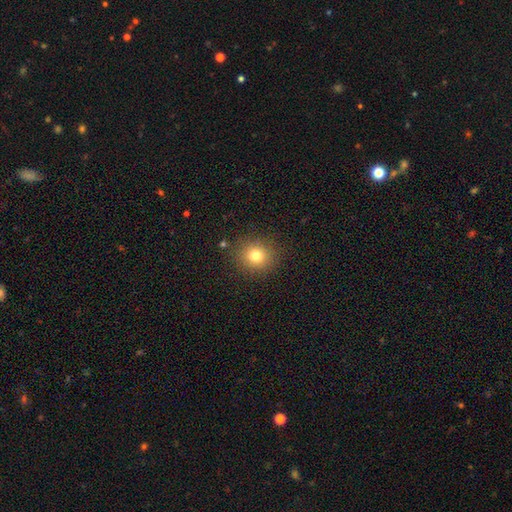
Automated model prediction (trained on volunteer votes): Smooth or featured? Predicted: smooth (p=0.77). How rounded? Predicted: round (p=0.85). Merging? Predicted: none (p=0.88).